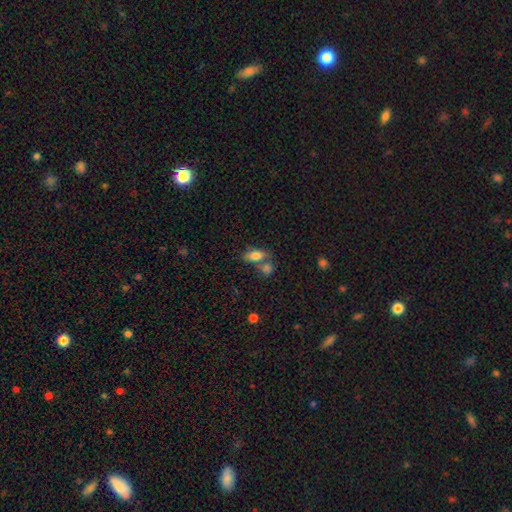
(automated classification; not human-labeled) Smooth or featured? smooth (77%)
How rounded? in between (84%)
Merging? none (49%)